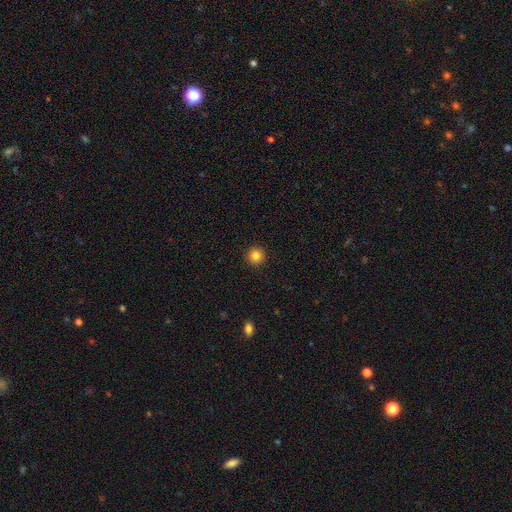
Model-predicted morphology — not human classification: Smooth or featured? smooth (85%)
How rounded? round (96%)
Merging? none (93%)